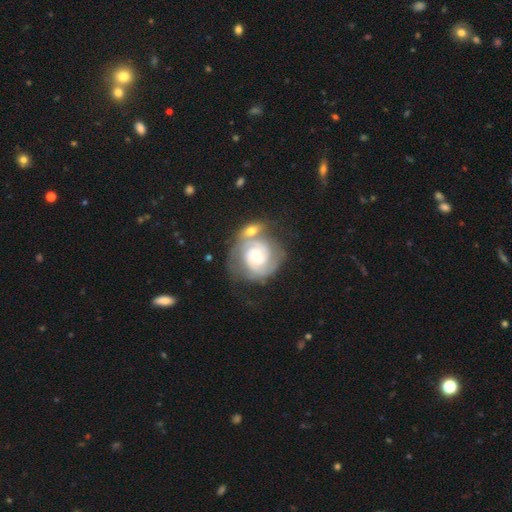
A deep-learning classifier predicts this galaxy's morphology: A featured or disk galaxy (74%) with no bar (73%), 2 (58%) tight (65%) spiral arms (87%) and a moderate central bulge (59%).

Vote fractions:
- Smooth or featured? featured or disk: 74% / smooth: 20% / star or artifact: 7%
- Edge-on disk? no: 97% / yes: 3%
- Bar? no: 73% / weak: 22% / strong: 5%
- Spiral arms? yes: 87% / no: 13%
- Spiral winding? tight: 65% / medium: 26% / loose: 9%
- Spiral arm count? 2: 58% / can't tell: 25% / 3: 7% / 1: 6% / 4: 2% / more than 4: 2%
- Bulge size? moderate: 59% / small: 28% / large: 10% / dominant: 2% / none: 2%
- Merging? none: 51% / merger: 21% / minor disturbance: 17% / major disturbance: 11%